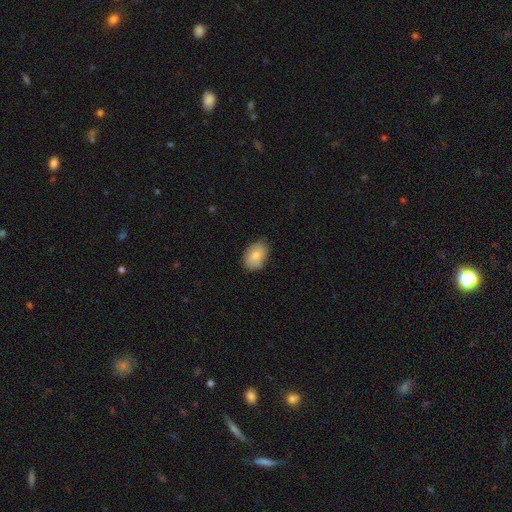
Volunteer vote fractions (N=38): Overall: smooth (76%). How rounded: in between (83%). Merging: none (73%).